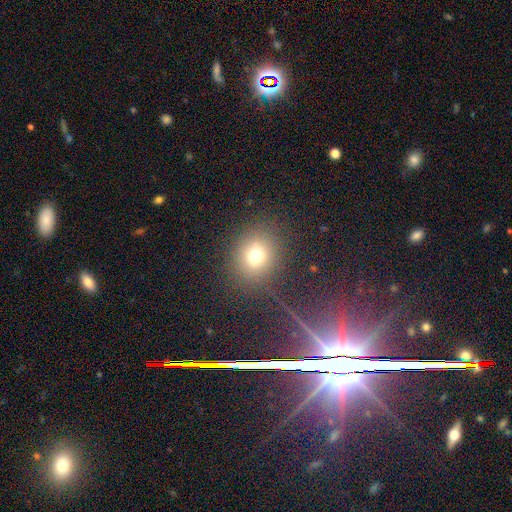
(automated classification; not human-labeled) smooth-or-featured: smooth: 70% | star or artifact: 19% | featured or disk: 10%
  how-rounded: round: 76% | in between: 23% | cigar-shaped: 1%
  merging: none: 84% | minor disturbance: 9% | major disturbance: 5% | merger: 2%